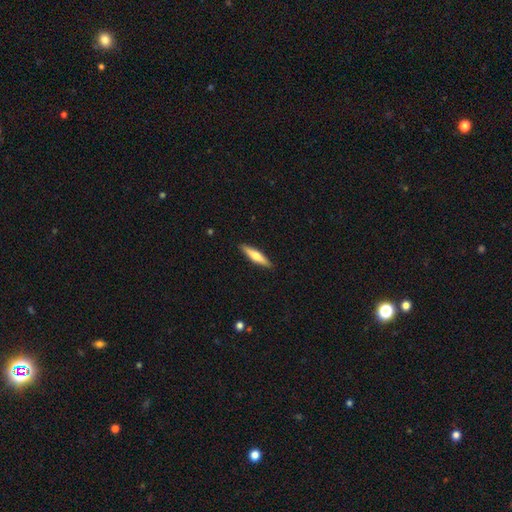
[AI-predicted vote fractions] smooth_or_featured: smooth (p=0.55) [alt: featured or disk p=0.39]
how_rounded: cigar-shaped (p=0.81) [alt: in between p=0.17]
merging: none (p=0.90) [alt: minor disturbance p=0.07]